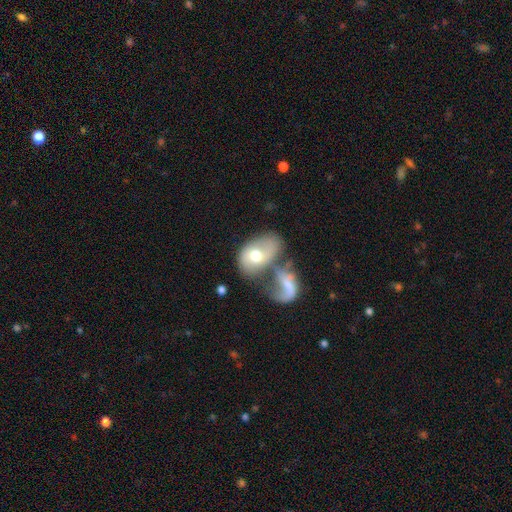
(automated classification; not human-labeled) Smooth or featured? smooth (53%)
How rounded? in between (83%)
Merging? merger (55%)